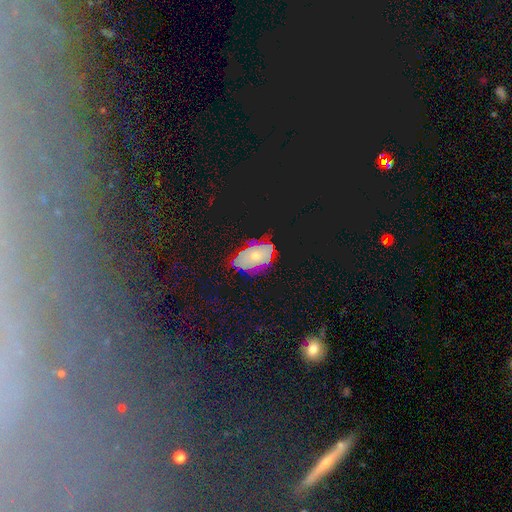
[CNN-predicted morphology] This appears to be a featured or disk galaxy (45%). Merging: none (73%).